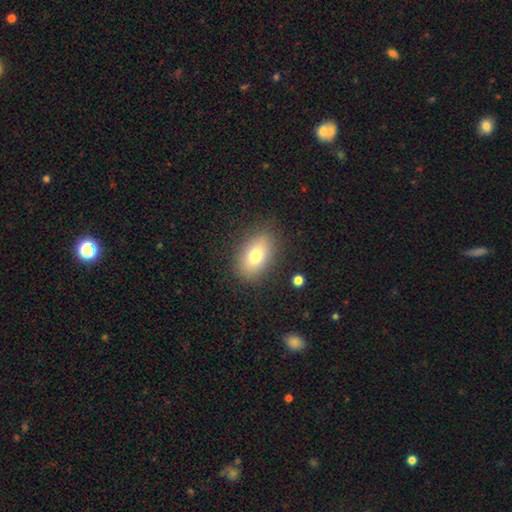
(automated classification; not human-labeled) Smooth or featured? smooth (75%)
How rounded? in between (87%)
Merging? none (84%)